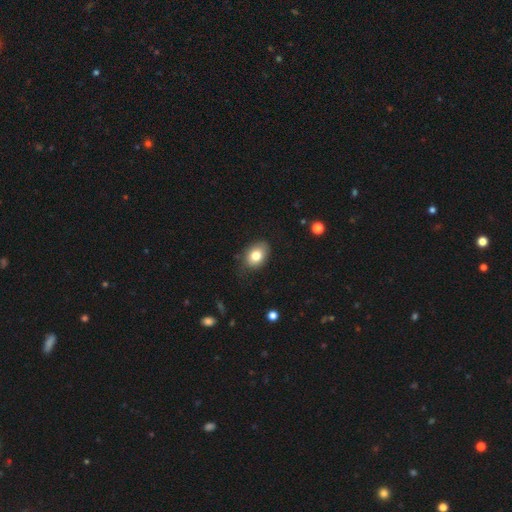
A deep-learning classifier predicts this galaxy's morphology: A smooth galaxy with no disk features (79%) that is in between round and cigar-shaped (75%). Merging: none (79%).